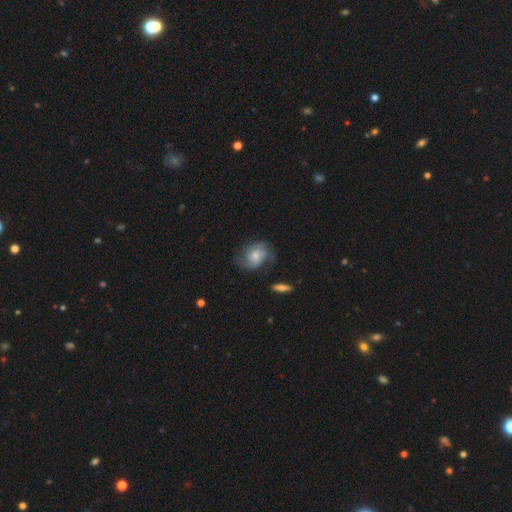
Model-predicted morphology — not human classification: smooth_or_featured: featured or disk (p=0.58) [alt: smooth p=0.34]
disk_edge_on: no (p=0.96) [alt: yes p=0.04]
bar: no (p=0.67) [alt: weak p=0.28]
has_spiral_arms: yes (p=0.87) [alt: no p=0.13]
bulge_size: moderate (p=0.47) [alt: small p=0.34]
merging: none (p=0.57) [alt: minor disturbance p=0.26]